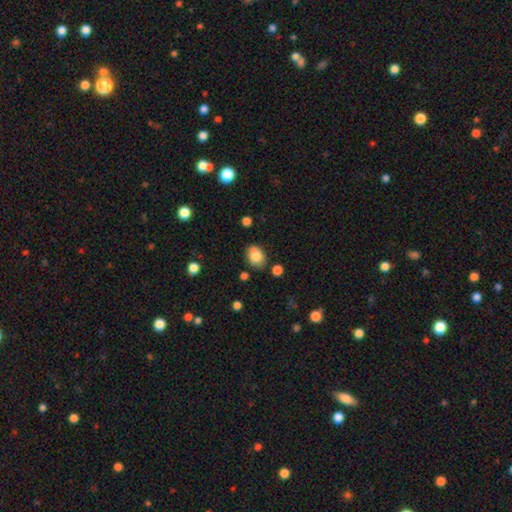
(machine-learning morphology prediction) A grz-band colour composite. It shows a smooth galaxy with no disk features (82%) that is in between round and cigar-shaped (72%). Merging: none (66%).